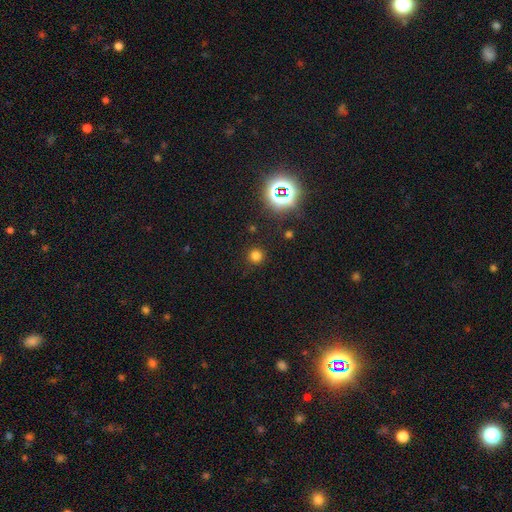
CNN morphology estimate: Overall: smooth (73%). How rounded: round (94%). Merging: none (90%).